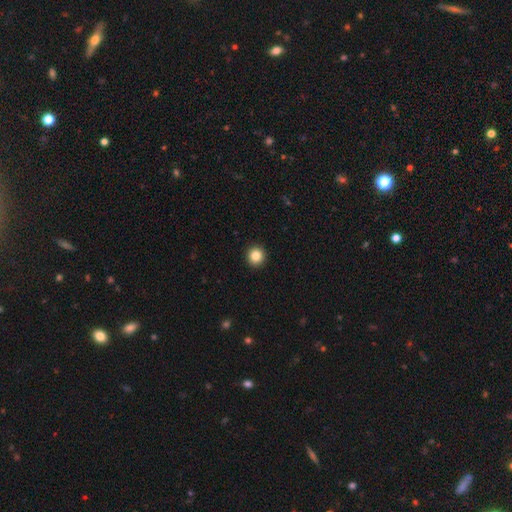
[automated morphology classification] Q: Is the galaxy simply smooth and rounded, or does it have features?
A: smooth — 85%.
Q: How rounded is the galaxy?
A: round — 93%.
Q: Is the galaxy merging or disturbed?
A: none — 93%.